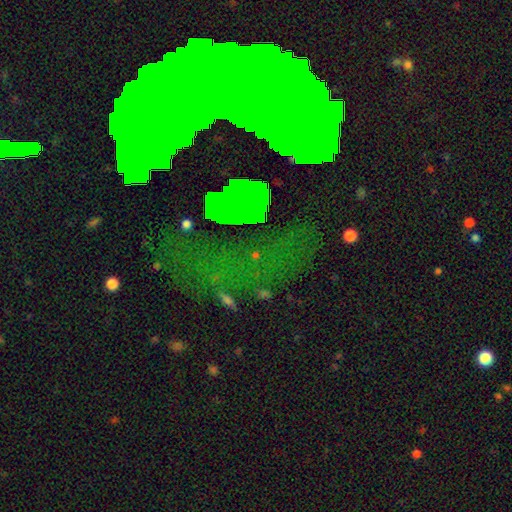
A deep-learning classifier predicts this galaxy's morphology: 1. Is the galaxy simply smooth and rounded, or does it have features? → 48% star or artifact, 28% featured or disk, 25% smooth.